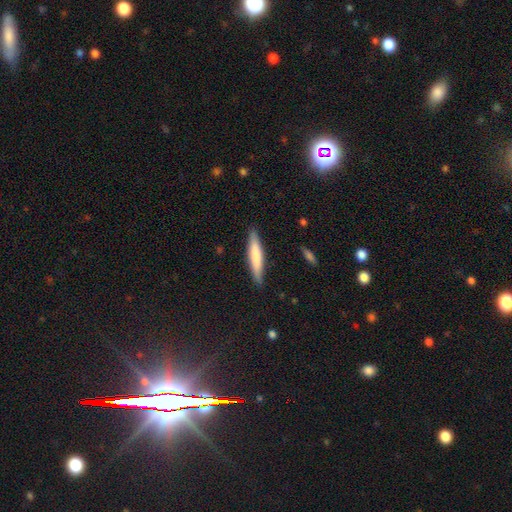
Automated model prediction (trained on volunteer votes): The model was most divided on "smooth or featured": smooth: 69%, featured or disk: 26%, star or artifact: 5%. More confident: how rounded — cigar-shaped (88%); merging — none (87%).